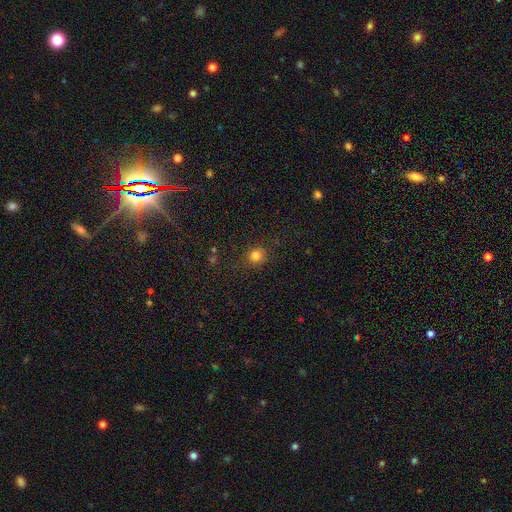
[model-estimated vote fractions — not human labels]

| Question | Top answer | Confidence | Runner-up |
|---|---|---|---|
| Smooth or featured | smooth | 80% | star or artifact (15%) |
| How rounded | round | 90% | in between (9%) |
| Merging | none | 88% | minor disturbance (8%) |